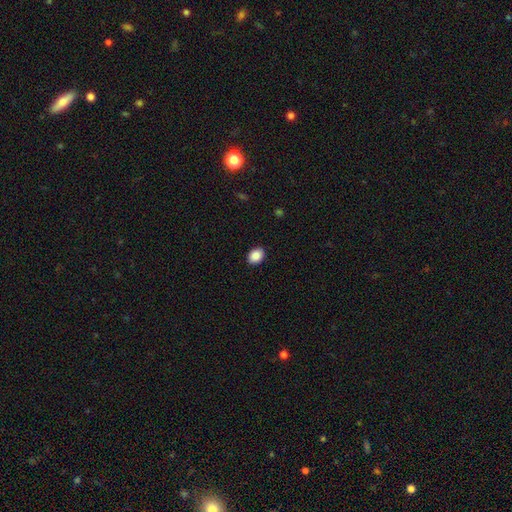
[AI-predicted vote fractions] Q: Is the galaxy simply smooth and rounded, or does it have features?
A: smooth — 89%.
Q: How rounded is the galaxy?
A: in between — 67%.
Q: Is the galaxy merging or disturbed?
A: none — 90%.